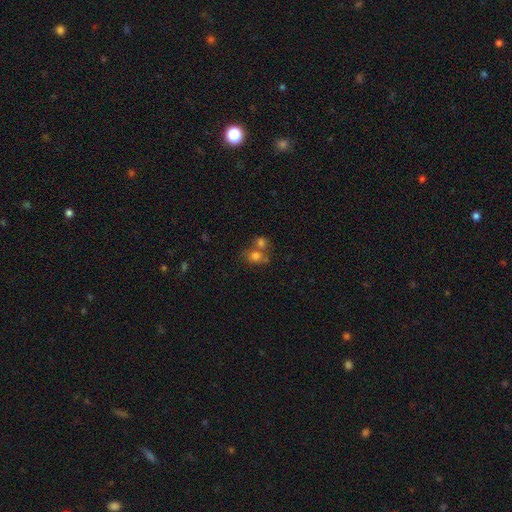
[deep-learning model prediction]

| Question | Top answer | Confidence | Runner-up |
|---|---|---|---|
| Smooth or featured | smooth | 74% | star or artifact (13%) |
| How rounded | round | 61% | in between (38%) |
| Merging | merger | 47% | none (37%) |